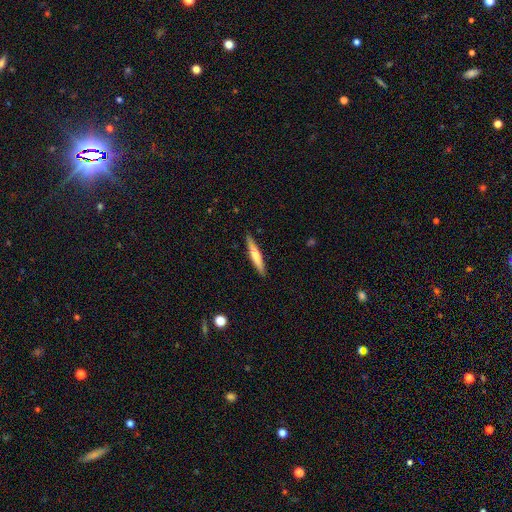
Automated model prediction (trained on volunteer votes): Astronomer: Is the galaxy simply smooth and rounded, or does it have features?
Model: smooth — 62%.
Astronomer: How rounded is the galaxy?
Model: cigar-shaped — 92%.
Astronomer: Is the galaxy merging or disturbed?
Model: none — 89%.